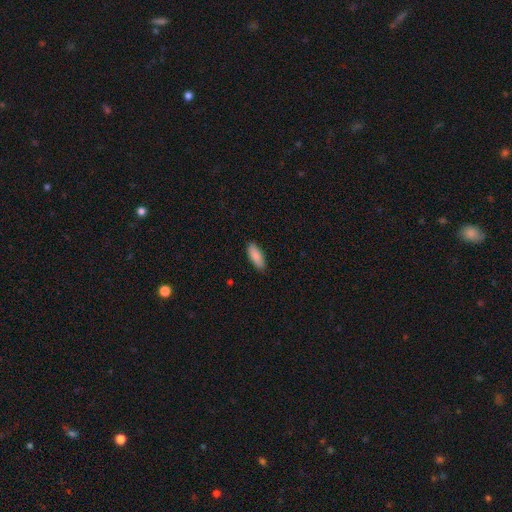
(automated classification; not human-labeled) This appears to be a smooth galaxy with no disk features (89%) that is in between round and cigar-shaped (70%). Merging: none (87%).